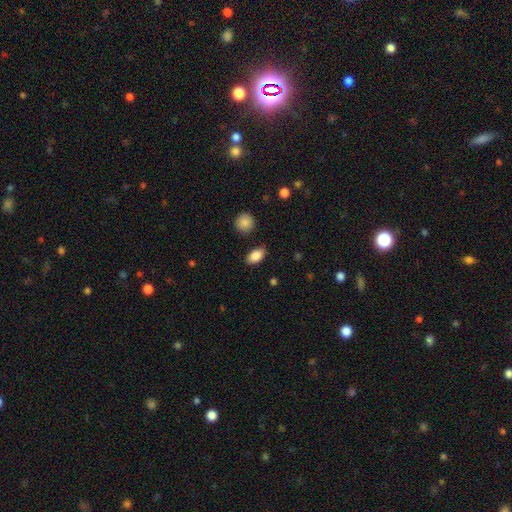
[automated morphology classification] This is clearly a smooth galaxy (87%). How rounded: clearly in between (88%). Merging: clearly none (85%).